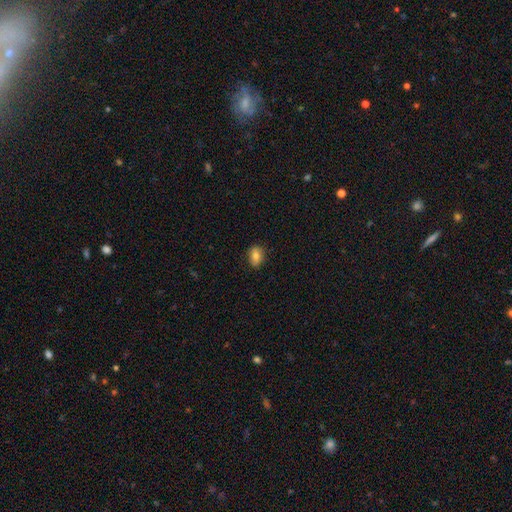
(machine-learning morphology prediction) Smooth or featured? Predicted: smooth (p=0.79). How rounded? Predicted: in between (p=0.73). Merging? Predicted: none (p=0.82).